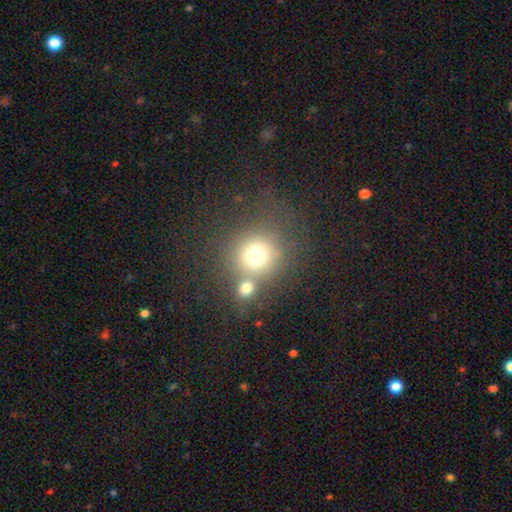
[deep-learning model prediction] smooth_or_featured: smooth (p=0.71) [alt: star or artifact p=0.16]
how_rounded: round (p=0.87) [alt: in between p=0.12]
merging: none (p=0.53) [alt: merger p=0.31]